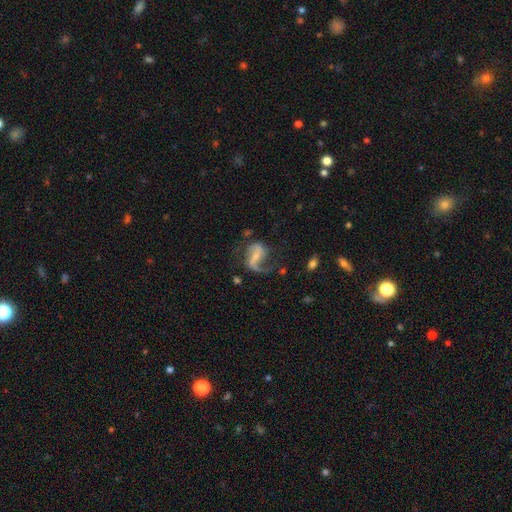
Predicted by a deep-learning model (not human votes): This is likely a featured or disk galaxy (79%). It is clearly not viewed edge-on (97%). Bar: marginally weak (42%). Spiral arm pattern: clearly yes (92%). Spiral arm count: likely 2 (62%). Spiral winding: likely loose (61%). Central bulge: possibly small (49%). Merging: possibly none (46%).